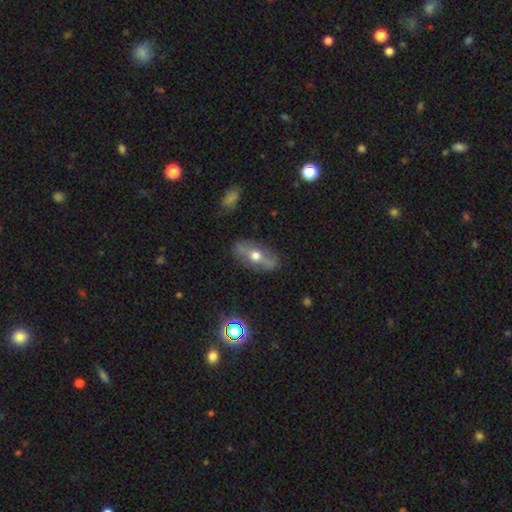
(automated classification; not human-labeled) A featured or disk galaxy (59%). Merging: none (81%).